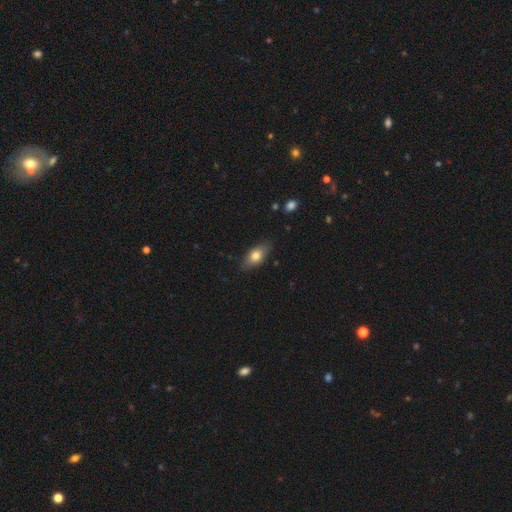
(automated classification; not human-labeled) Morphology: type=smooth (73%); roundness=in between (83%); merging=none (81%).